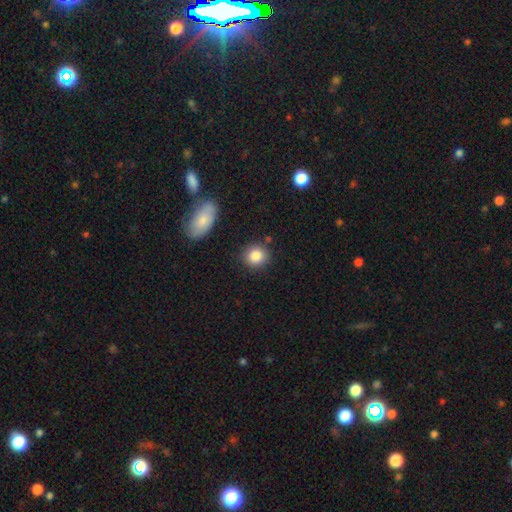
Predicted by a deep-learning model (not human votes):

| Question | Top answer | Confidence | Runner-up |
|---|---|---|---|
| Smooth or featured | smooth | 85% | star or artifact (9%) |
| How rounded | round | 83% | in between (16%) |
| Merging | none | 85% | minor disturbance (9%) |